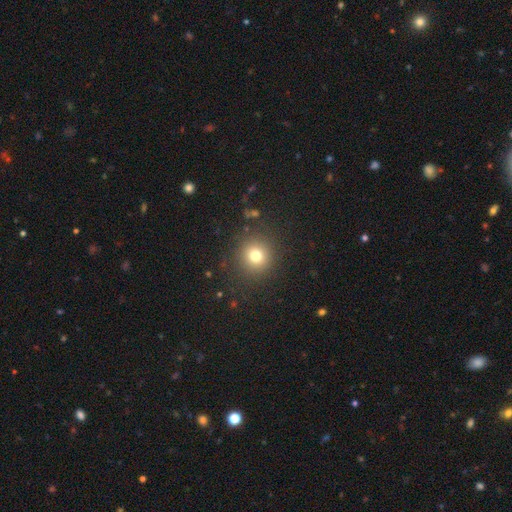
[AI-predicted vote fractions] smooth-or-featured: smooth: 76% | star or artifact: 15% | featured or disk: 9%
  how-rounded: round: 93% | in between: 6% | cigar-shaped: 1%
  merging: none: 89% | minor disturbance: 6% | major disturbance: 3% | merger: 1%